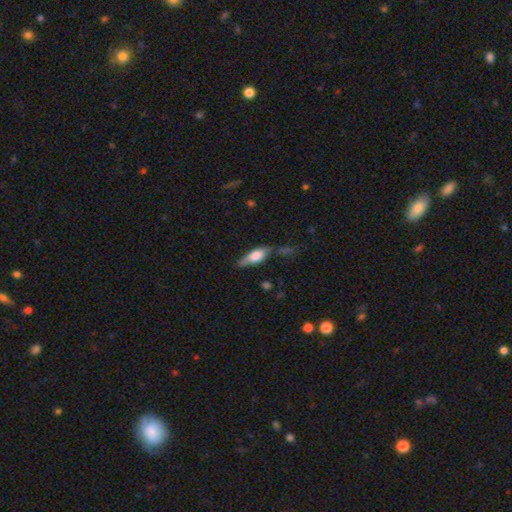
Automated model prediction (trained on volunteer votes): The model was most divided on "smooth or featured": smooth: 47%, featured or disk: 46%, star or artifact: 7%. More confident: merging — none (62%).